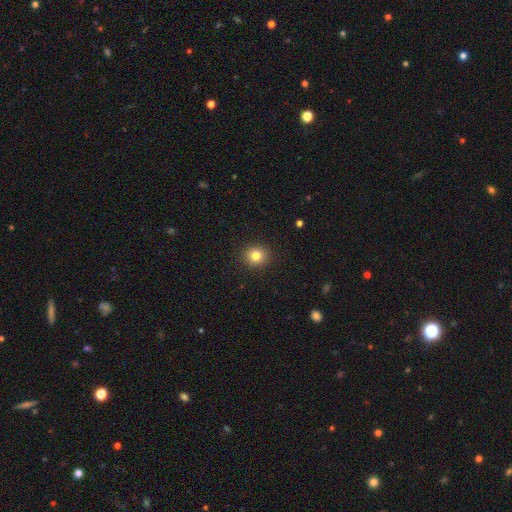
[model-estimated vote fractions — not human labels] smooth-or-featured: smooth: 82% | star or artifact: 11% | featured or disk: 7%
  how-rounded: round: 82% | in between: 17% | cigar-shaped: 1%
  merging: none: 91% | minor disturbance: 6% | major disturbance: 2% | merger: 1%